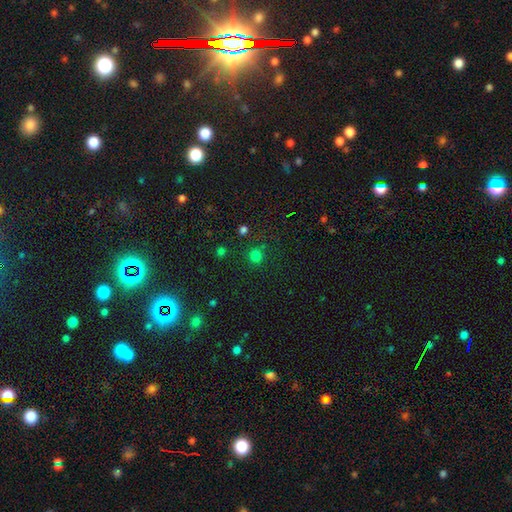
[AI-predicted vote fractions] Smooth or featured: smooth — 76% (star or artifact — 19%)
How rounded: round — 92% (in between — 7%)
Merging: none — 83% (minor disturbance — 9%)